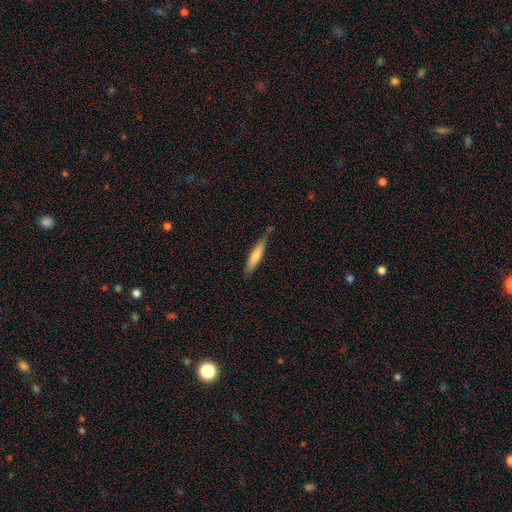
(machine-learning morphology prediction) Smooth or featured: smooth — 70% (featured or disk — 25%)
How rounded: cigar-shaped — 87% (in between — 12%)
Merging: none — 69% (minor disturbance — 23%)